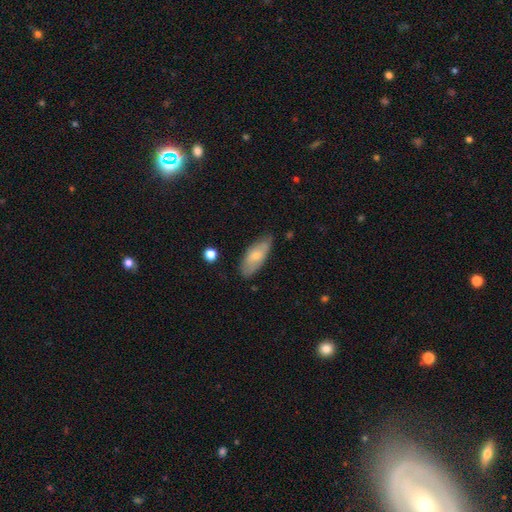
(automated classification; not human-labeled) Smooth or featured? smooth (69%)
How rounded? in between (81%)
Merging? none (71%)